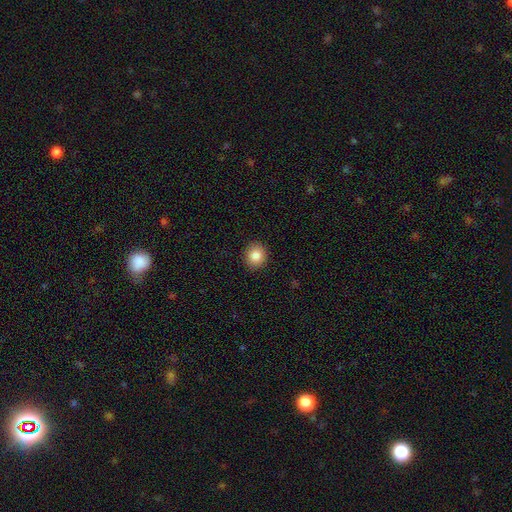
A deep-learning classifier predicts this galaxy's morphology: smooth 86%, star or artifact 9%, featured or disk 6%. Down the decision tree: how rounded — round (79%); merging — none (91%).